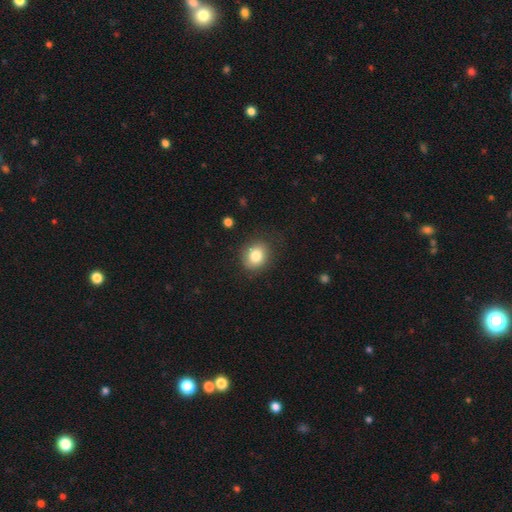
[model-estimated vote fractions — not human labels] Q: Smooth or featured?
A: smooth (82%); runner-up: star or artifact (10%)
Q: How rounded?
A: round (65%); runner-up: in between (34%)
Q: Merging?
A: none (82%); runner-up: minor disturbance (13%)